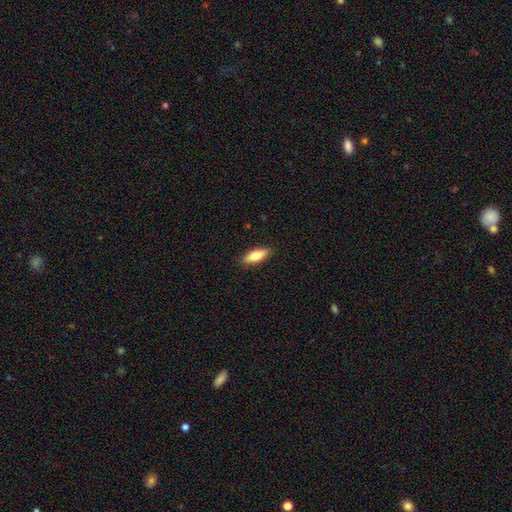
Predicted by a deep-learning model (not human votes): smooth-or-featured: smooth: 73% | featured or disk: 20% | star or artifact: 6%
  how-rounded: in between: 63% | cigar-shaped: 35% | round: 2%
  merging: none: 89% | minor disturbance: 9% | major disturbance: 2% | merger: 1%